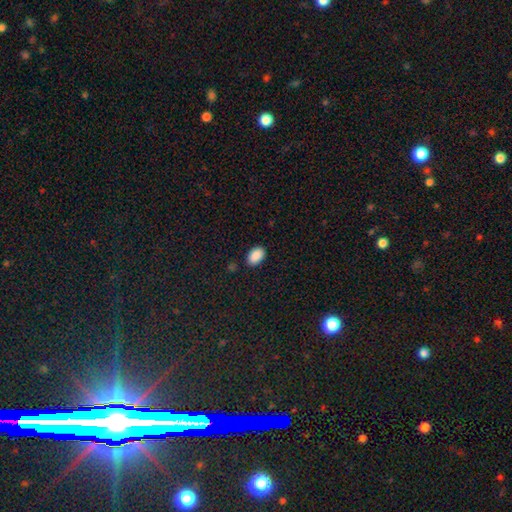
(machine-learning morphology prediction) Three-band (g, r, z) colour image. It shows a smooth galaxy with no disk features (90%) that is in between round and cigar-shaped (90%). Merging: none (87%).